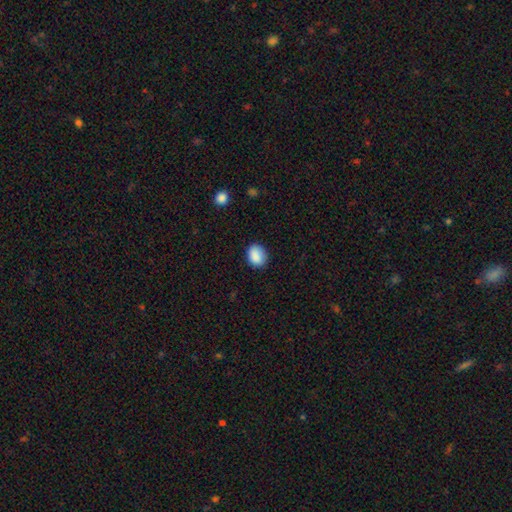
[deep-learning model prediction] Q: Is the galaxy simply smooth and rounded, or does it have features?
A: smooth — 88%.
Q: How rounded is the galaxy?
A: in between — 58%.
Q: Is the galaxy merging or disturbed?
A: none — 82%.